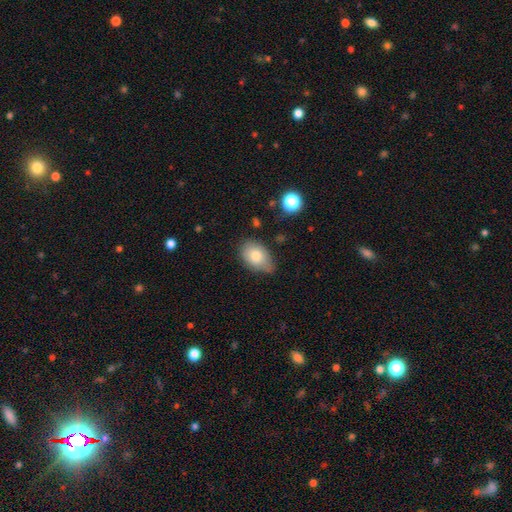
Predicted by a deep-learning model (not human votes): Smooth or featured: smooth — 78% (featured or disk — 14%)
How rounded: in between — 85% (round — 14%)
Merging: none — 62% (minor disturbance — 29%)